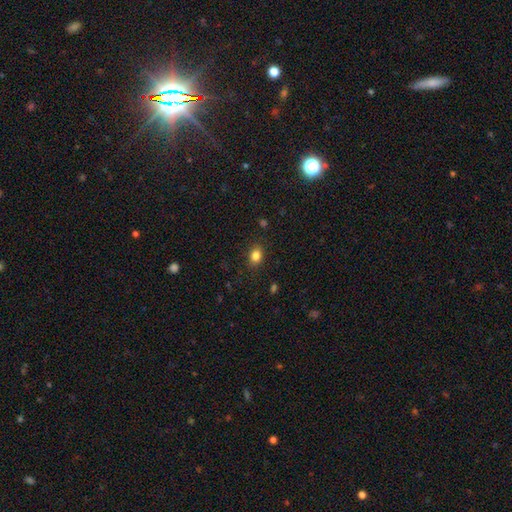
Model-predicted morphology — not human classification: Smooth or featured? smooth (83%)
How rounded? in between (54%)
Merging? none (87%)